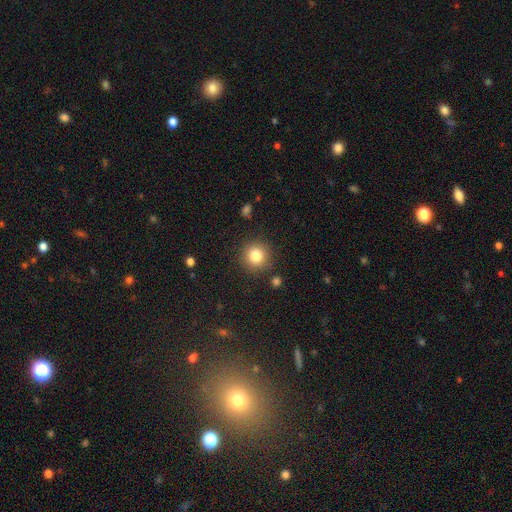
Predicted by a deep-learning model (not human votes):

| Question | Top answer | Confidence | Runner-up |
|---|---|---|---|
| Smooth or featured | smooth | 82% | star or artifact (11%) |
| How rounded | round | 93% | in between (6%) |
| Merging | none | 87% | minor disturbance (8%) |